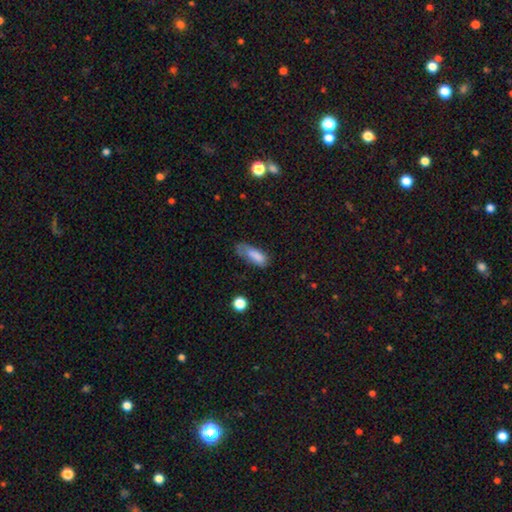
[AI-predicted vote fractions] A smooth galaxy with no disk features (79%) that is in between round and cigar-shaped (64%).

Vote fractions:
- Smooth or featured? smooth: 79% / featured or disk: 12% / star or artifact: 9%
- How rounded? in between: 64% / cigar-shaped: 33% / round: 2%
- Merging? none: 38% / minor disturbance: 37% / major disturbance: 21% / merger: 3%